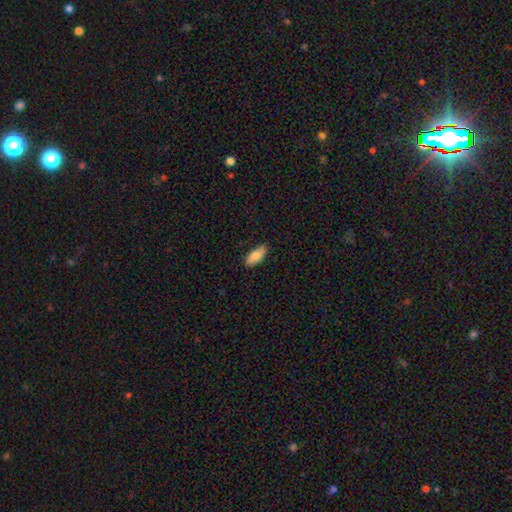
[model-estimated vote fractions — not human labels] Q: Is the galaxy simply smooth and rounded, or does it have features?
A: smooth — 86%.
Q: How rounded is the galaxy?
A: in between — 82%.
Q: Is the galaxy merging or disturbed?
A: none — 83%.